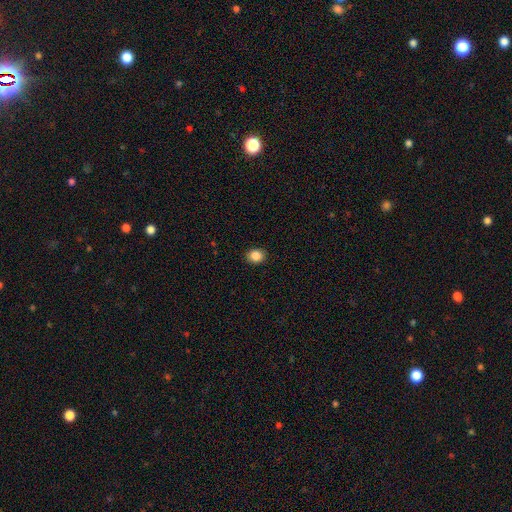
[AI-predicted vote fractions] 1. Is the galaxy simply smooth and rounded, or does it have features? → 86% smooth, 10% star or artifact, 4% featured or disk.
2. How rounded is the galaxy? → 63% round, 36% in between, 1% cigar-shaped.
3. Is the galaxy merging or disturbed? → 91% none, 7% minor disturbance, 2% major disturbance, 1% merger.